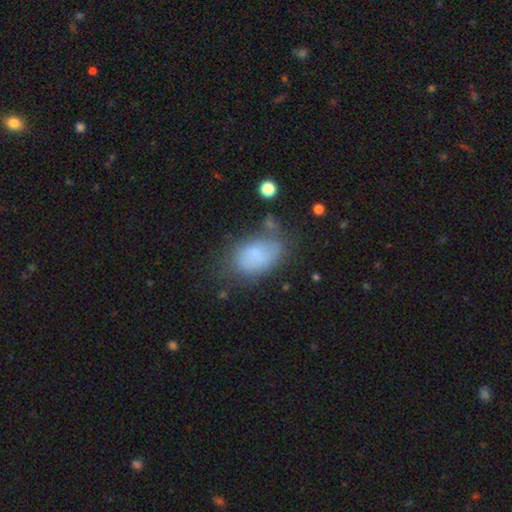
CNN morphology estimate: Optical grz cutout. It shows a smooth galaxy with no disk features (72%) that is in between round and cigar-shaped (88%). Merging: none (45%).